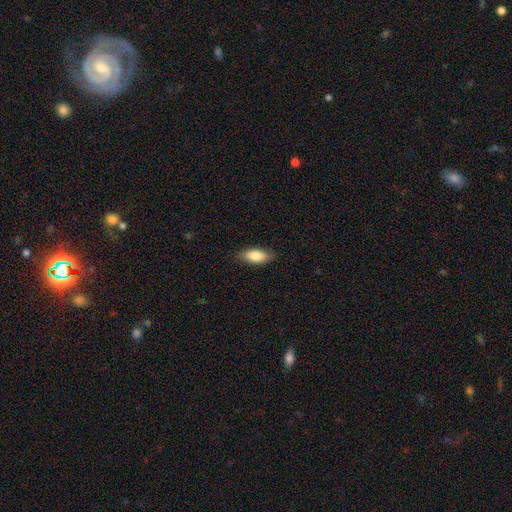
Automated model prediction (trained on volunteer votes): A smooth galaxy with no disk features (85%) that is in between round and cigar-shaped (84%). Merging: none (85%).